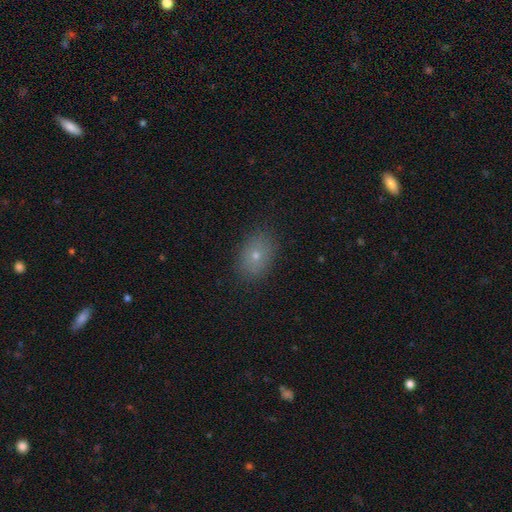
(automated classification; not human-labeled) This appears to be a smooth galaxy with no disk features (71%) that is in between round and cigar-shaped (68%). Merging: none (85%).